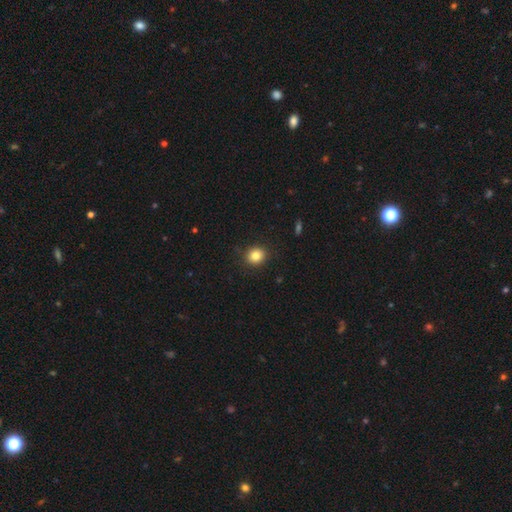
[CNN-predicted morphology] smooth_or_featured: smooth (p=0.83) [alt: star or artifact p=0.11]
how_rounded: round (p=0.81) [alt: in between p=0.18]
merging: none (p=0.89) [alt: minor disturbance p=0.07]